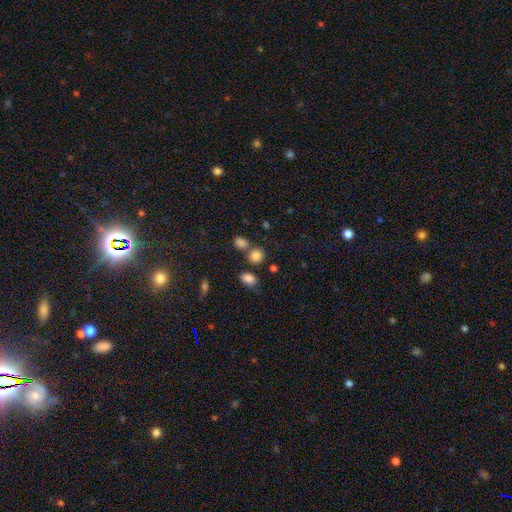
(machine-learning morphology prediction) Smooth or featured? Predicted: smooth (p=0.82). How rounded? Predicted: round (p=0.75). Merging? Predicted: none (p=0.62).